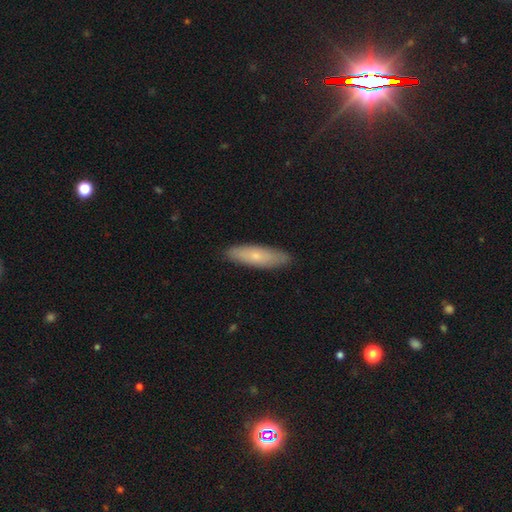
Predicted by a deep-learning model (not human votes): smooth 69%, featured or disk 25%, star or artifact 6%. Down the decision tree: how rounded — cigar-shaped (64%); merging — none (89%).